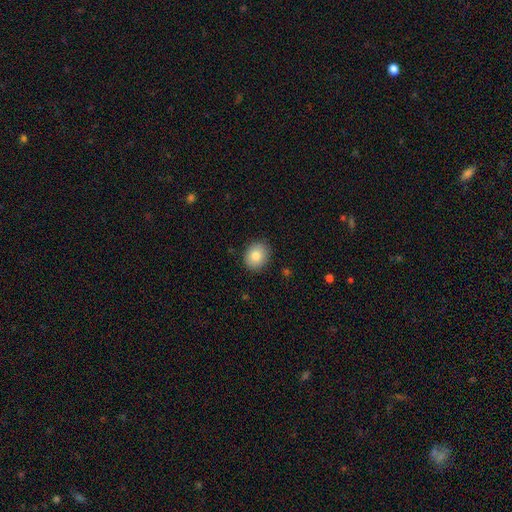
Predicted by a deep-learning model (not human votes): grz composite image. It shows a smooth galaxy with no disk features (83%) that is round (56%). Merging: none (88%).